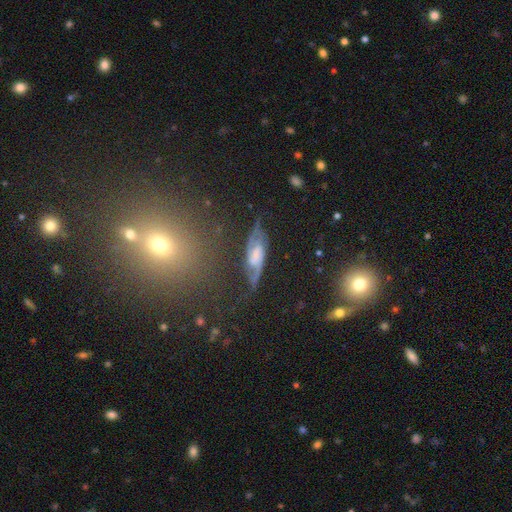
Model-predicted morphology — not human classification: smooth-or-featured: featured or disk: 73% | smooth: 17% | star or artifact: 9%
  disk-edge-on: no: 86% | yes: 14%
    bar: weak: 47% | no: 34% | strong: 19%
    has-spiral-arms: yes: 92% | no: 8%
      spiral-winding: medium: 46% | loose: 27% | tight: 27%
      spiral-arm-count: 2: 81% | can't tell: 10% | 1: 3% | 3: 2% | 4: 1% | more than 4: 1%
    bulge-size: small: 29% (tied) | moderate: 29% (tied) | none: 24% | large: 15% | dominant: 3%
  merging: none: 63% | minor disturbance: 22% | major disturbance: 12% | merger: 3%